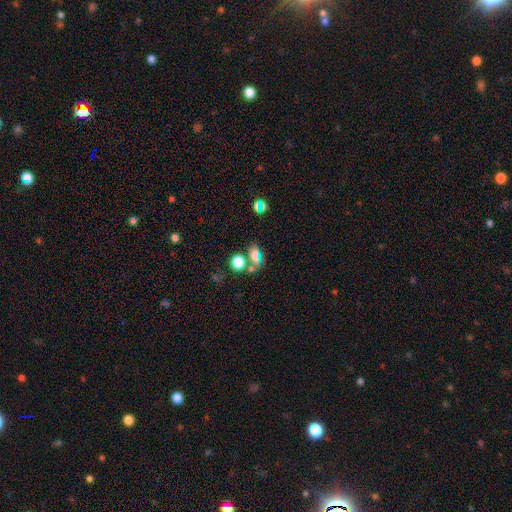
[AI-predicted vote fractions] Smooth or featured?
  - smooth: 68% *
  - star or artifact: 17%
  - featured or disk: 15%
How rounded?
  - in between: 73% *
  - round: 21%
  - cigar-shaped: 6%
Merging?
  - none: 50% *
  - merger: 29%
  - minor disturbance: 14%
  - major disturbance: 7%